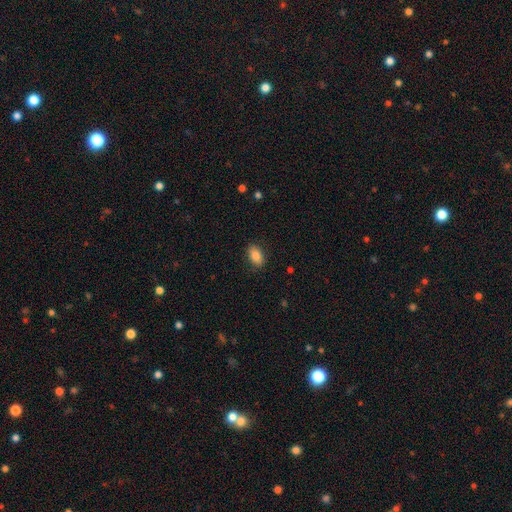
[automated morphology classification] Overall: smooth (85%). How rounded: in between (90%). Merging: none (87%).